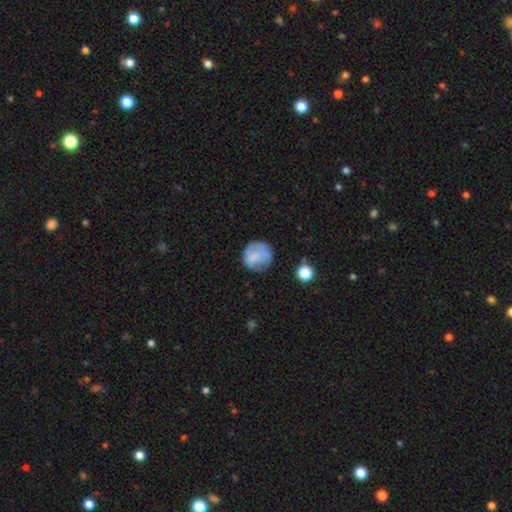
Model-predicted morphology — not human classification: A smooth galaxy with no disk features (66%) that is round (87%). Merging: none (62%).